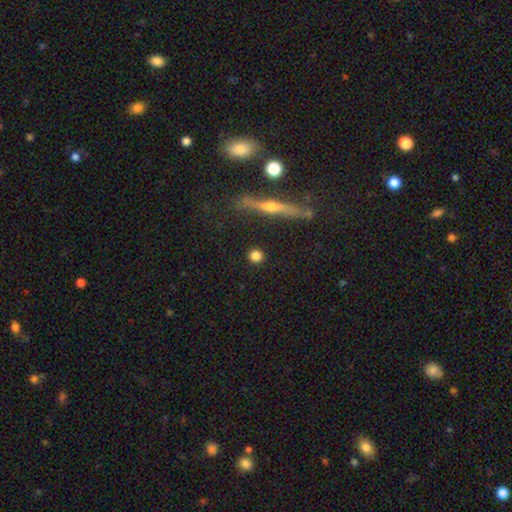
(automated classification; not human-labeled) The model was most divided on "smooth or featured": smooth: 81%, featured or disk: 9%, star or artifact: 9%. More confident: how rounded — round (91%); merging — none (91%).